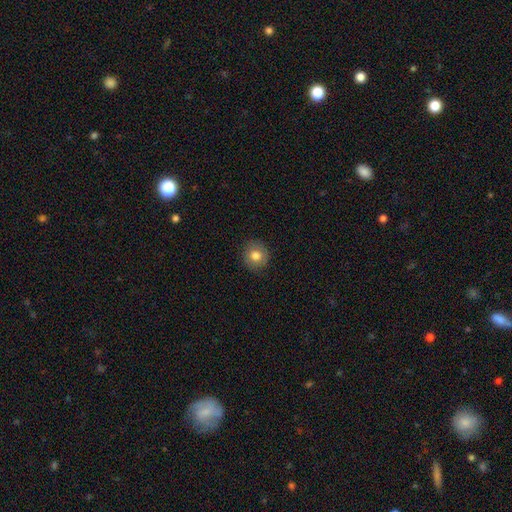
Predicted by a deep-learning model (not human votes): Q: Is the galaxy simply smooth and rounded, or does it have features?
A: smooth — 78%.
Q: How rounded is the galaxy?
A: round — 90%.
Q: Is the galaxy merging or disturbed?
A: none — 89%.